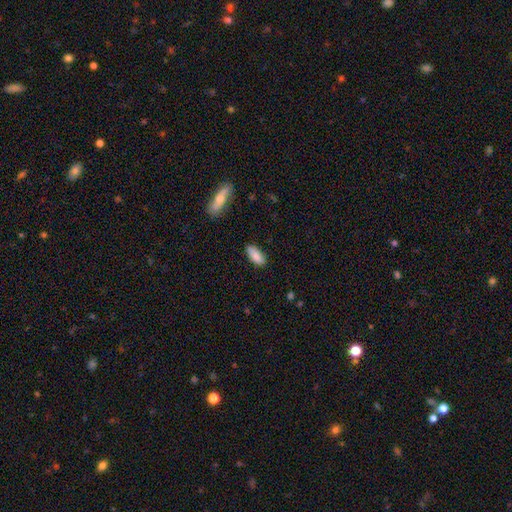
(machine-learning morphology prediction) Smooth or featured: smooth — 85% (featured or disk — 9%)
How rounded: in between — 81% (cigar-shaped — 17%)
Merging: none — 83% (minor disturbance — 13%)